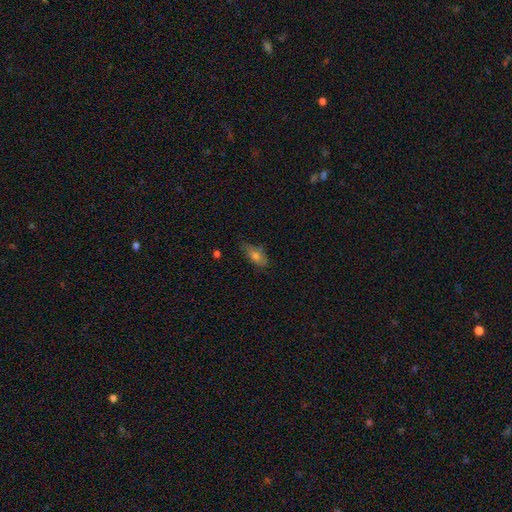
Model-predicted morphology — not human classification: smooth-or-featured: smooth: 68% | featured or disk: 21% | star or artifact: 11%
  how-rounded: in between: 82% | cigar-shaped: 12% | round: 7%
  merging: none: 60% | minor disturbance: 31% | major disturbance: 7% | merger: 2%